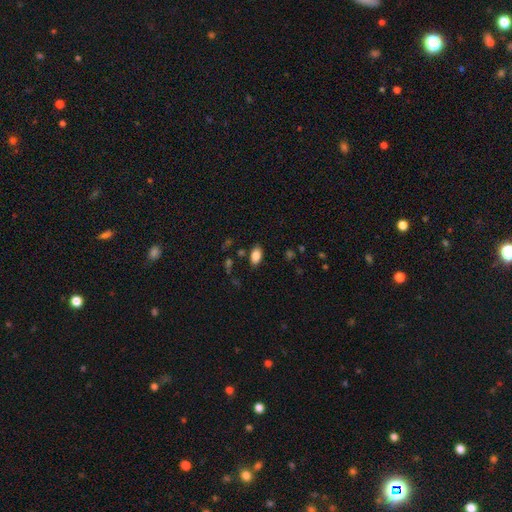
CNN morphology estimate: A smooth galaxy with no disk features (85%) that is in between round and cigar-shaped (92%). Merging: none (83%).